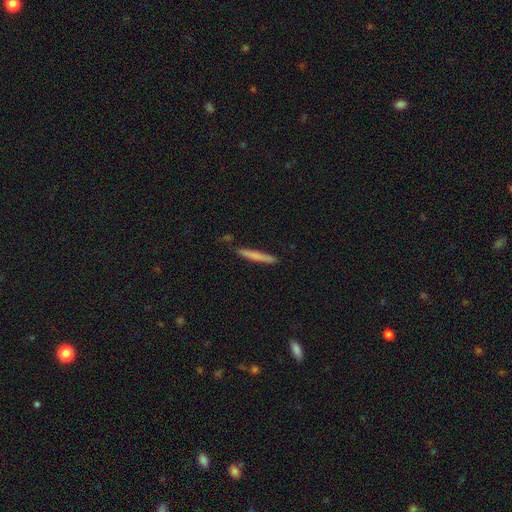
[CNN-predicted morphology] Q: Smooth or featured?
A: smooth (72%); runner-up: featured or disk (22%)
Q: How rounded?
A: cigar-shaped (96%); runner-up: in between (3%)
Q: Merging?
A: none (85%); runner-up: minor disturbance (11%)